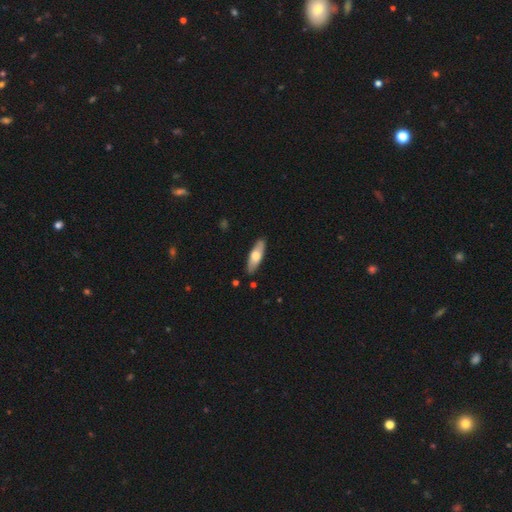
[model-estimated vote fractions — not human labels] Smooth or featured?
  - smooth: 60% *
  - featured or disk: 35%
  - star or artifact: 5%
How rounded?
  - in between: 50% *
  - cigar-shaped: 48%
  - round: 2%
Merging?
  - none: 87% *
  - minor disturbance: 10%
  - major disturbance: 2%
  - merger: 1%